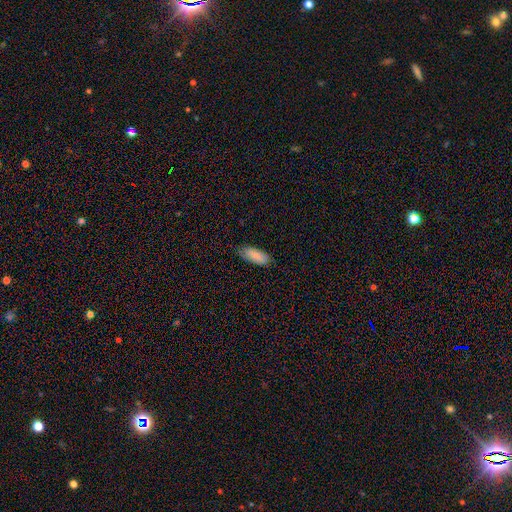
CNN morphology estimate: This appears to be a smooth galaxy with no disk features (85%) that is in between round and cigar-shaped (80%). Merging: none (72%).